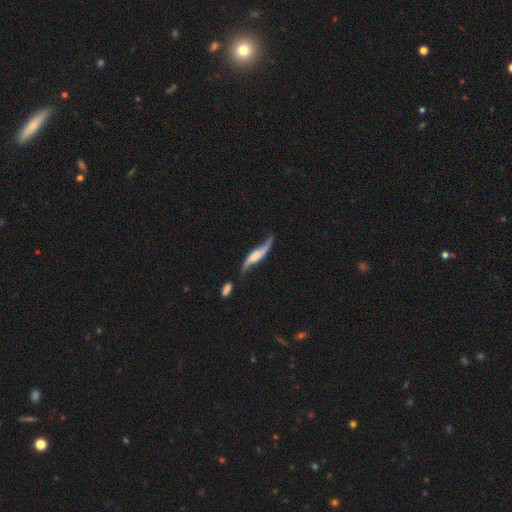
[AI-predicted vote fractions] This is likely a featured or disk galaxy (74%). It is likely not viewed edge-on (66%). Merging: possibly none (54%).